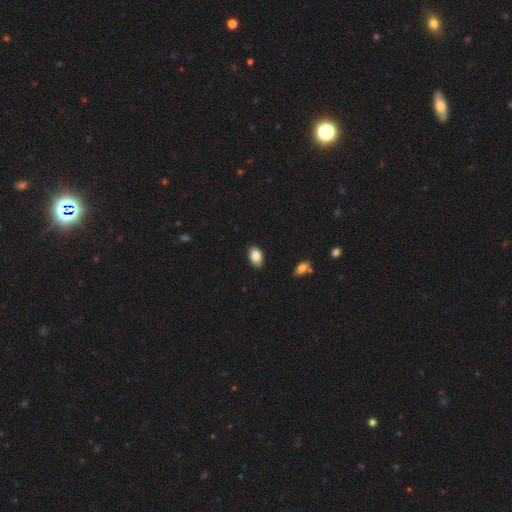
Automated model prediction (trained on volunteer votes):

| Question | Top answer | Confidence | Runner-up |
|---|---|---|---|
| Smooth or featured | smooth | 86% | star or artifact (7%) |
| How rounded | in between | 89% | round (10%) |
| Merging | none | 87% | minor disturbance (10%) |